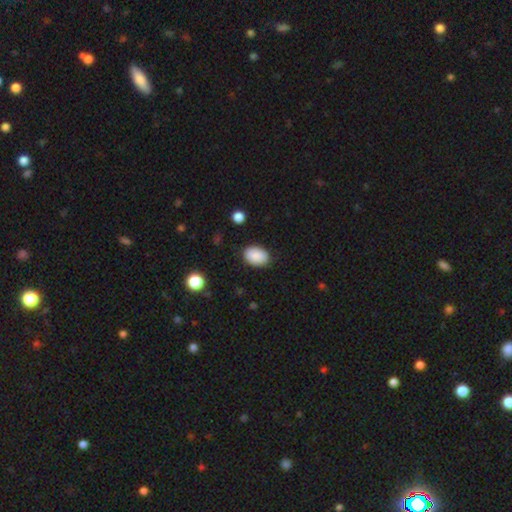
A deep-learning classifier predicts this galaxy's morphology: type=smooth (88%); roundness=in between (86%); merging=none (86%).